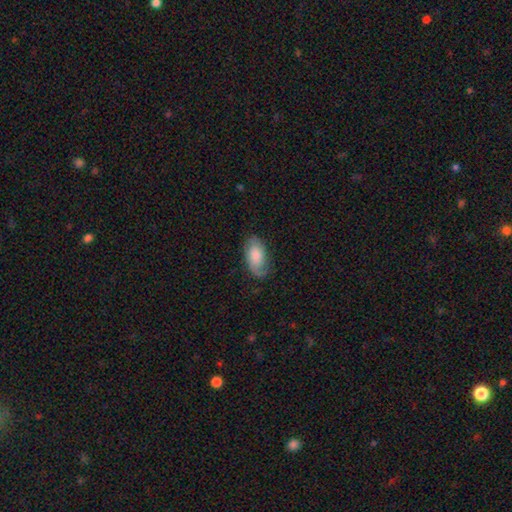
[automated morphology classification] This is likely a smooth galaxy (70%). How rounded: clearly in between (94%). Merging: likely none (67%).